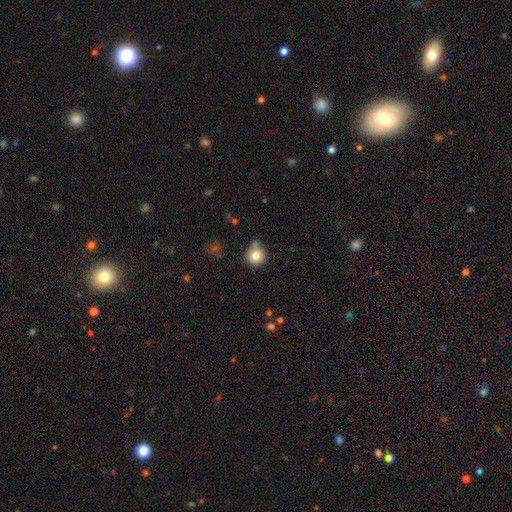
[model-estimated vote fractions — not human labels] Smooth or featured?
  - smooth: 82% *
  - star or artifact: 10%
  - featured or disk: 8%
How rounded?
  - round: 91% *
  - in between: 8%
  - cigar-shaped: 1%
Merging?
  - none: 67% *
  - minor disturbance: 17%
  - merger: 11%
  - major disturbance: 4%